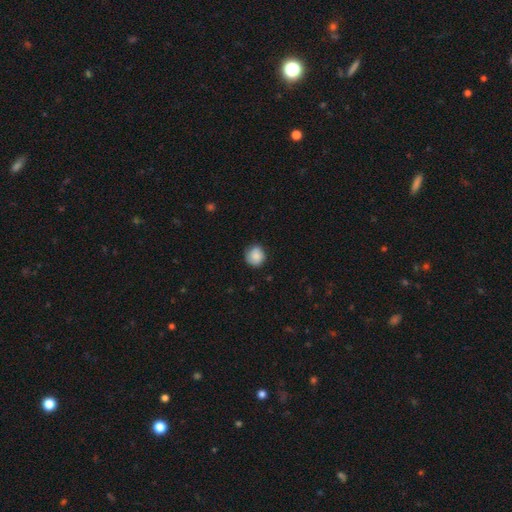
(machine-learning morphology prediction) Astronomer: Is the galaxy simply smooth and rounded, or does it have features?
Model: smooth — 85%.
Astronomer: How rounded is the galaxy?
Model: round — 86%.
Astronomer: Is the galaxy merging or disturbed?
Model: none — 78%.